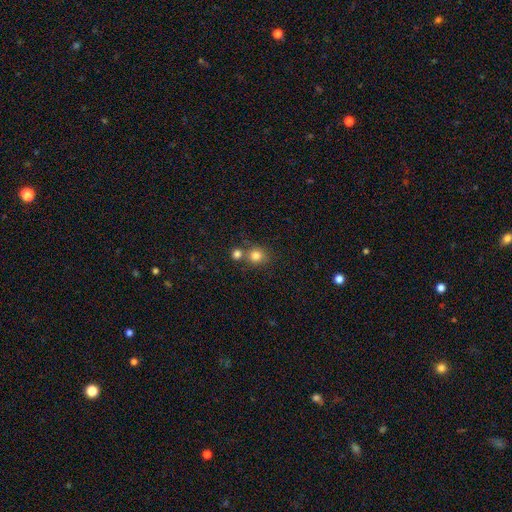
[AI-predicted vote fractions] Smooth or featured? smooth (81%)
How rounded? round (85%)
Merging? none (59%)